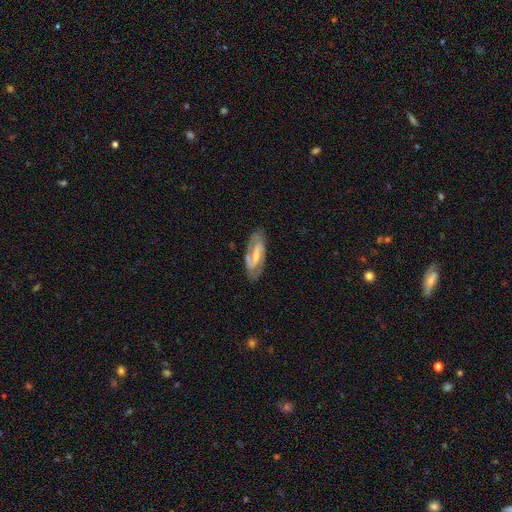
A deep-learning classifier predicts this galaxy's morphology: This appears to be a featured or disk galaxy (81%) with a strong bar (46%), 2 (87%) medium (50%) spiral arms (93%) and a small central bulge (47%). Merging: none (81%).